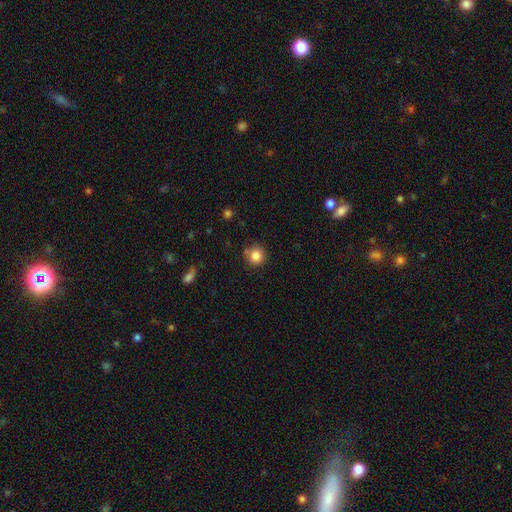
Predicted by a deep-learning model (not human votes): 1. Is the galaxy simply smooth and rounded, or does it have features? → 84% smooth, 11% star or artifact, 5% featured or disk.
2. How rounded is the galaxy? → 93% round, 6% in between, 1% cigar-shaped.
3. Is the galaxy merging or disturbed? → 79% none, 11% minor disturbance, 6% merger, 3% major disturbance.